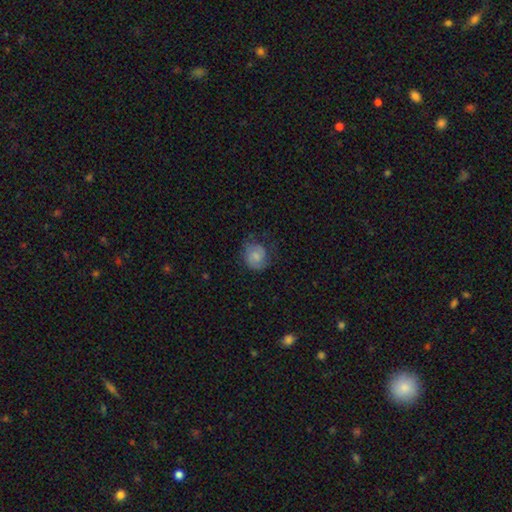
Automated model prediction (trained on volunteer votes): A smooth galaxy with no disk features (47%). Merging: none (59%).